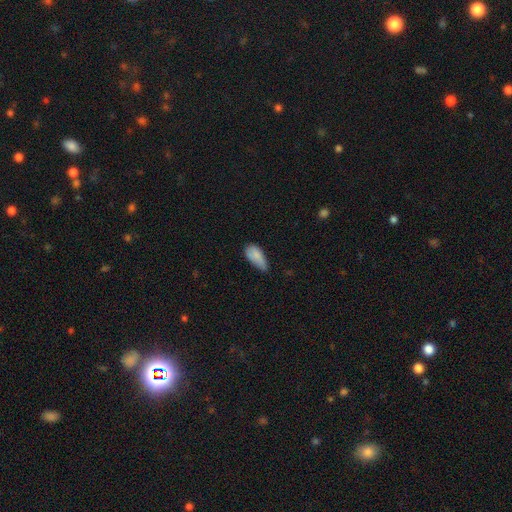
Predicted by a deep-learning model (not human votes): Smooth or featured: smooth — 81% (featured or disk — 11%)
How rounded: in between — 88% (cigar-shaped — 9%)
Merging: minor disturbance — 51% (none — 32%)